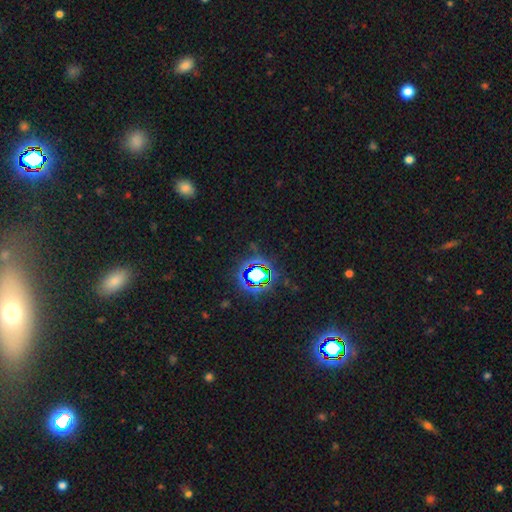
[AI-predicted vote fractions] This appears to be a star or artifact, not a galaxy (76%).